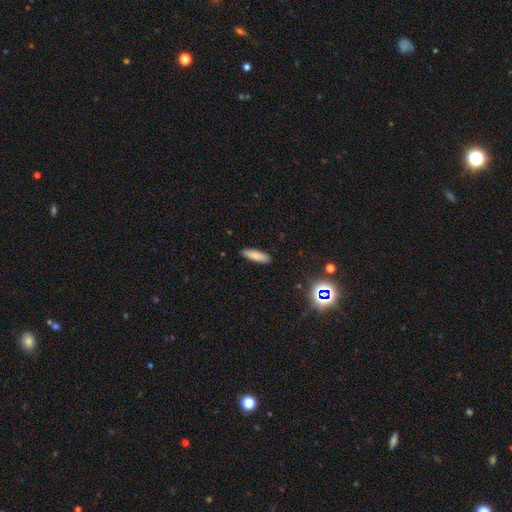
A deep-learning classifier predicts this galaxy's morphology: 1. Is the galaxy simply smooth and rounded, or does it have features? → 83% smooth, 9% featured or disk, 8% star or artifact.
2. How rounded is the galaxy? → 63% cigar-shaped, 35% in between, 2% round.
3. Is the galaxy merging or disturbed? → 89% none, 8% minor disturbance, 2% major disturbance, 1% merger.